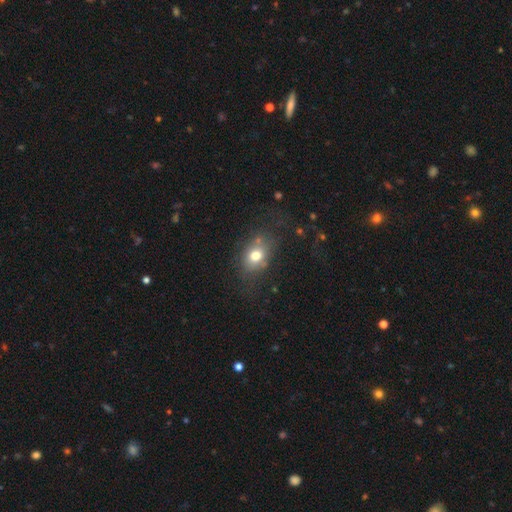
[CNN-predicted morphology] type=smooth (73%); roundness=in between (65%); merging=none (66%).